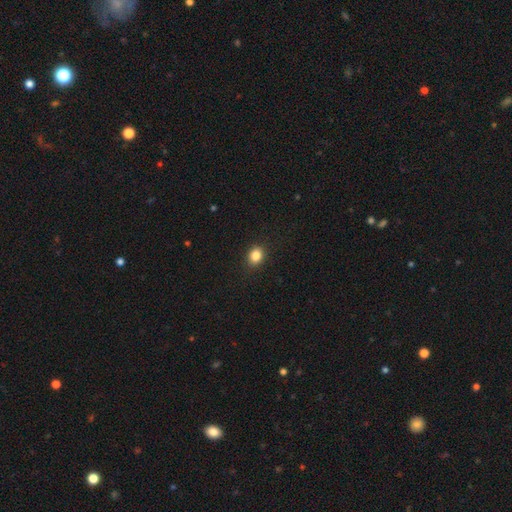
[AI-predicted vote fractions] A smooth galaxy with no disk features (85%) that is round (59%). Merging: none (90%).